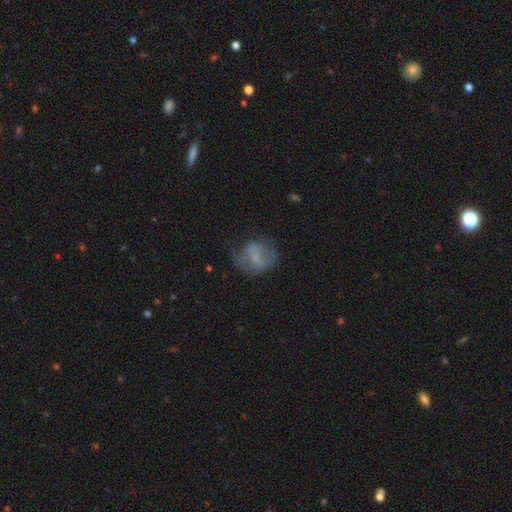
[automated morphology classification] smooth 51%, featured or disk 38%, star or artifact 11%. Down the decision tree: how rounded — round (57%); merging — none (46%).